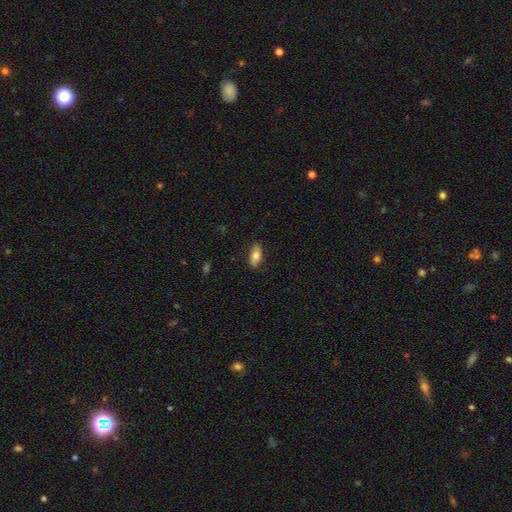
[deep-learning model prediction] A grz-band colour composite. It shows a smooth galaxy with no disk features (76%) that is in between round and cigar-shaped (88%). Merging: none (83%).